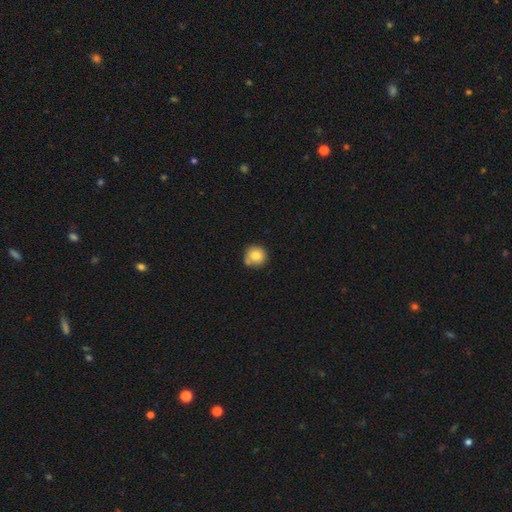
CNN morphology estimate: A smooth galaxy with no disk features (81%) that is round (92%).

Vote fractions:
- Smooth or featured? smooth: 81% / featured or disk: 10% / star or artifact: 9%
- How rounded? round: 92% / in between: 7% / cigar-shaped: 1%
- Merging? none: 66% / minor disturbance: 19% / merger: 11% / major disturbance: 4%